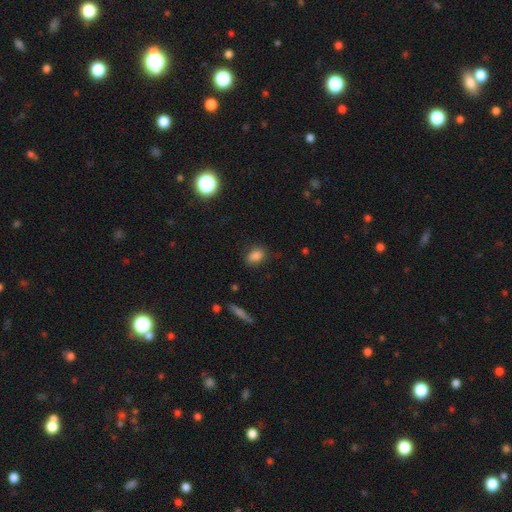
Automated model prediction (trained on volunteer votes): This appears to be a smooth galaxy with no disk features (84%) that is in between round and cigar-shaped (77%). Merging: none (75%).